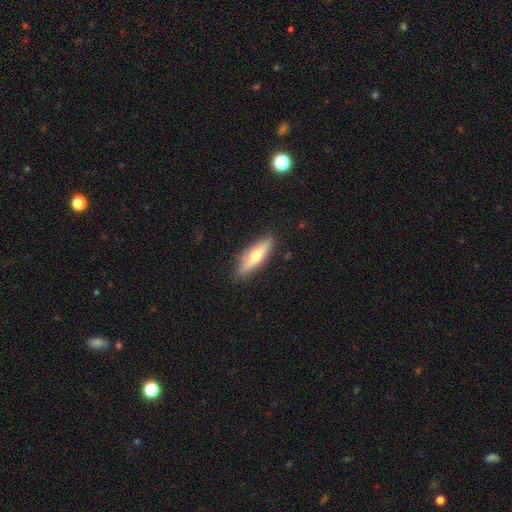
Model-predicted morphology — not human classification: Smooth or featured? Predicted: smooth (p=0.54). How rounded? Predicted: cigar-shaped (p=0.58). Merging? Predicted: none (p=0.84).